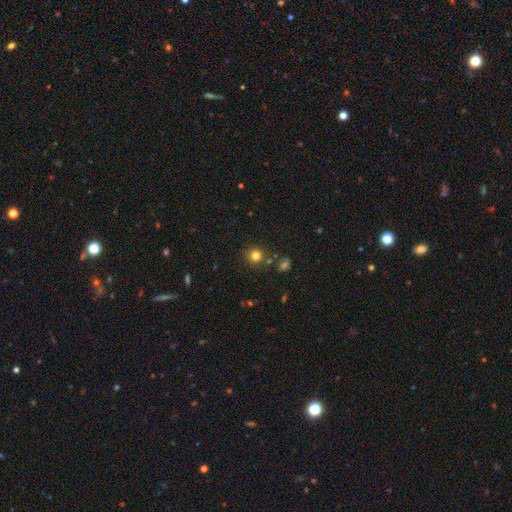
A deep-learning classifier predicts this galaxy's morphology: A smooth galaxy with no disk features (79%) that is round (91%).

Vote fractions:
- Smooth or featured? smooth: 79% / star or artifact: 15% / featured or disk: 6%
- How rounded? round: 91% / in between: 8% / cigar-shaped: 1%
- Merging? none: 83% / minor disturbance: 8% / merger: 6% / major disturbance: 3%